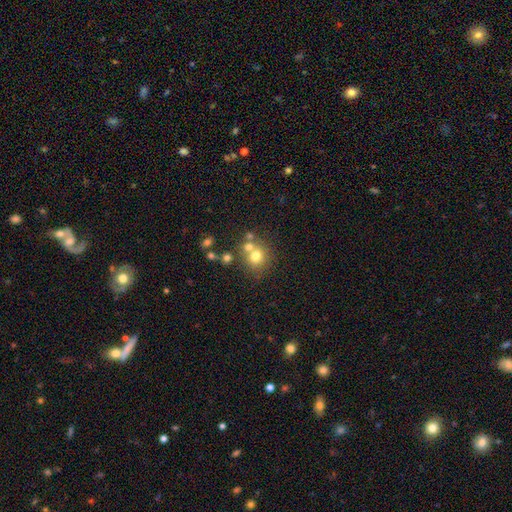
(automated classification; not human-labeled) A smooth galaxy with no disk features (70%) that is round (85%).

Vote fractions:
- Smooth or featured? smooth: 70% / featured or disk: 16% / star or artifact: 14%
- How rounded? round: 85% / in between: 14% / cigar-shaped: 1%
- Merging? none: 56% / merger: 31% / minor disturbance: 9% / major disturbance: 4%